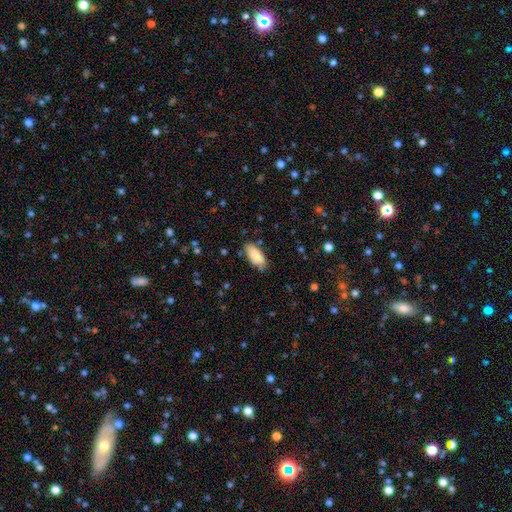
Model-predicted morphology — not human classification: smooth-or-featured: smooth: 86% | featured or disk: 8% | star or artifact: 6%
  how-rounded: in between: 88% | cigar-shaped: 10% | round: 2%
  merging: none: 78% | minor disturbance: 17% | major disturbance: 3% | merger: 2%